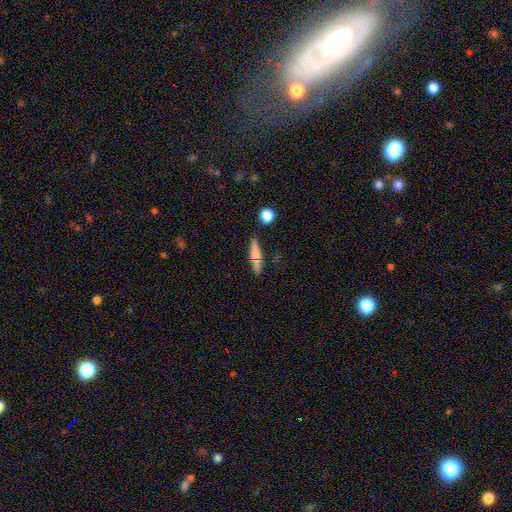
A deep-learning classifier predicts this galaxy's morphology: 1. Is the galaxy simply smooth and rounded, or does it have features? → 65% smooth, 24% featured or disk, 11% star or artifact.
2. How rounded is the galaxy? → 72% cigar-shaped, 24% in between, 5% round.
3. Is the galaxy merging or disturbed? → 72% none, 15% minor disturbance, 9% merger, 5% major disturbance.